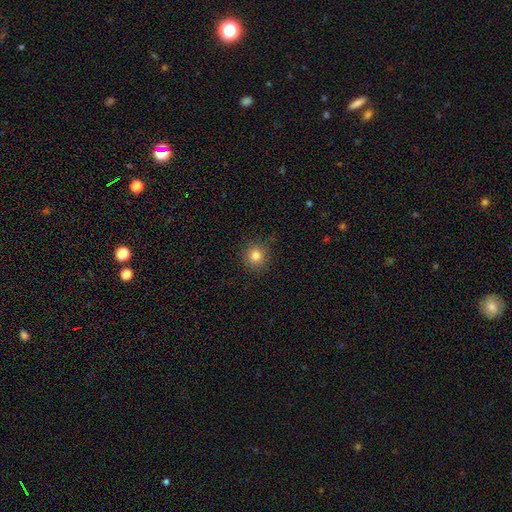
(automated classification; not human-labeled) Smooth or featured? smooth (83%)
How rounded? round (92%)
Merging? none (89%)